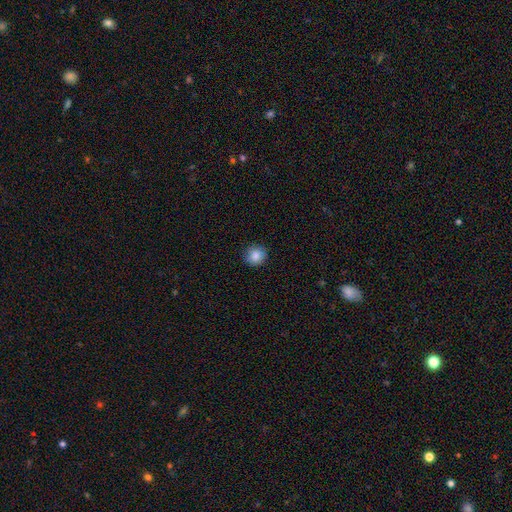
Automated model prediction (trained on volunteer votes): This appears to be a smooth galaxy with no disk features (86%) that is round (88%). Merging: none (88%).